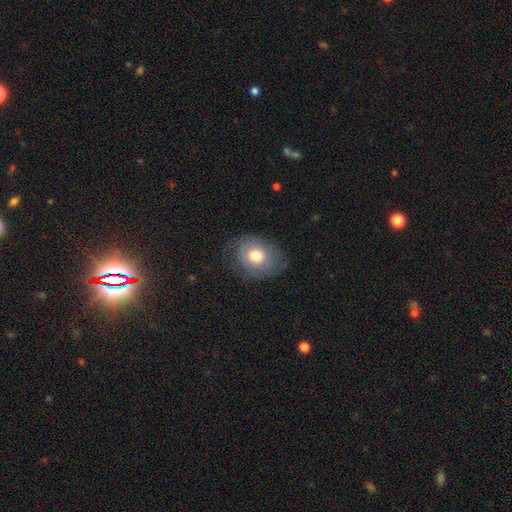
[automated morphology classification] Smooth or featured?
  - smooth: 71% *
  - featured or disk: 21%
  - star or artifact: 8%
How rounded?
  - in between: 54% *
  - round: 45%
  - cigar-shaped: 1%
Merging?
  - none: 70% *
  - minor disturbance: 20%
  - major disturbance: 8%
  - merger: 1%